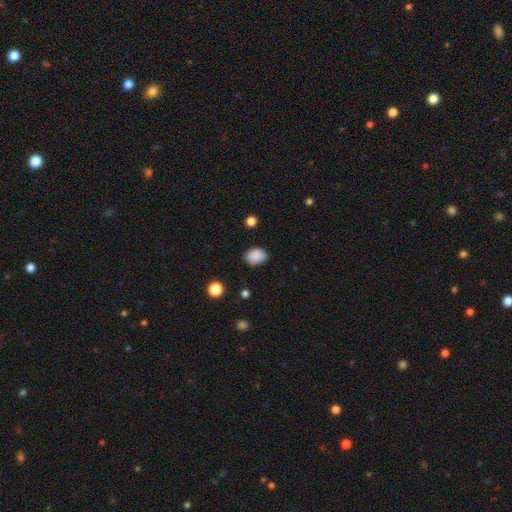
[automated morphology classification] The model was most divided on "how rounded": in between: 66%, round: 33%, cigar-shaped: 1%. More confident: smooth or featured — smooth (87%); merging — none (80%).